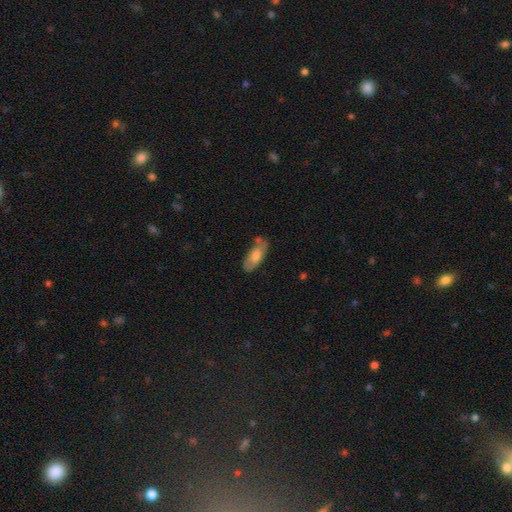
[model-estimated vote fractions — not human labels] Smooth or featured? smooth (60%)
How rounded? in between (82%)
Merging? none (62%)